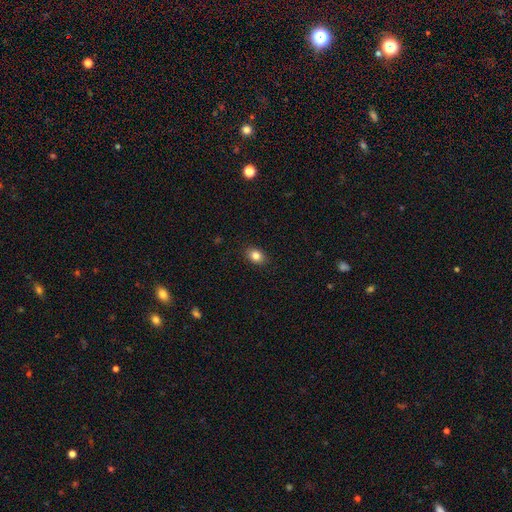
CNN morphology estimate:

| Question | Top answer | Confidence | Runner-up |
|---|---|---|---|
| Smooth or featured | smooth | 83% | star or artifact (9%) |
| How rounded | in between | 76% | round (23%) |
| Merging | none | 89% | minor disturbance (8%) |